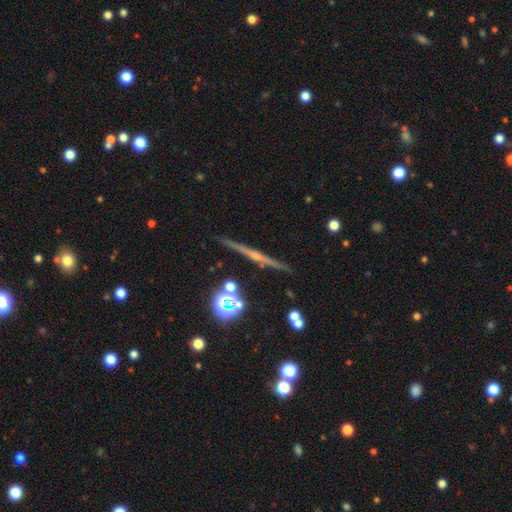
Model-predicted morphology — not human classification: This appears to be a featured or disk galaxy (73%) viewed edge-on (98%) with a rounded central bulge (69%). Merging: none (90%).